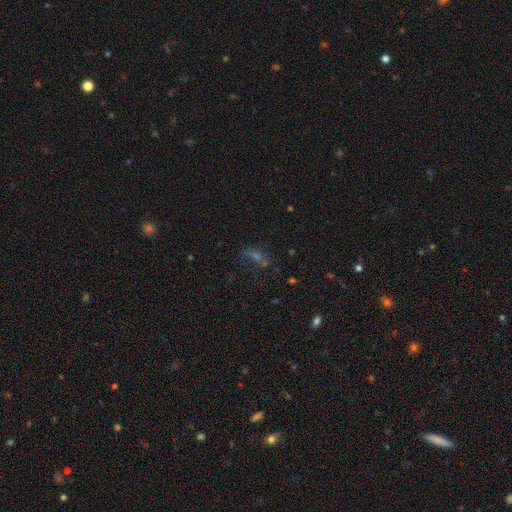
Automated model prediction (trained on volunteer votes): smooth_or_featured: star or artifact (p=0.38) [alt: smooth p=0.34]